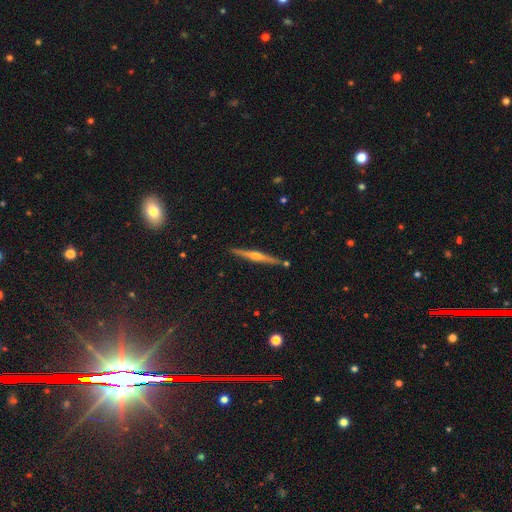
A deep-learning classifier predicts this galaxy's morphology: Overall: featured or disk (79%). Edge-on disk: yes (98%). Edge-on bulge: rounded (84%). Merging: none (90%).